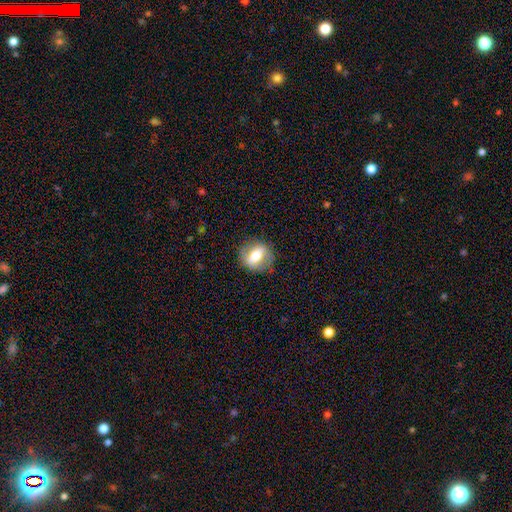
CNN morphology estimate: smooth_or_featured: smooth (p=0.50) [alt: featured or disk p=0.42]
how_rounded: round (p=0.62) [alt: in between p=0.35]
merging: none (p=0.84) [alt: minor disturbance p=0.11]